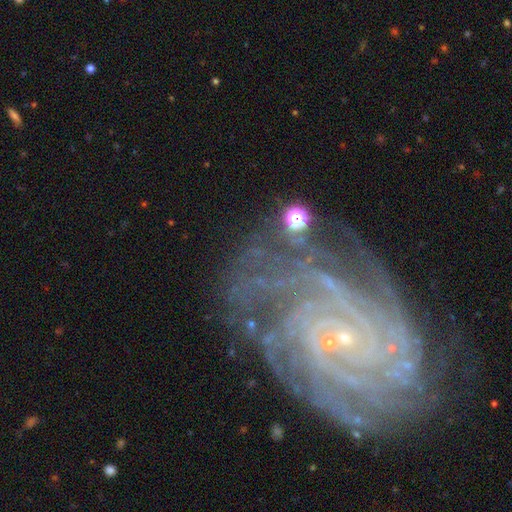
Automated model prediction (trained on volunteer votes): featured or disk 88%, star or artifact 7%, smooth 4%. Down the decision tree: edge-on disk — no (97%); bar — no (59%); spiral arms — yes (98%); spiral arm count — more than 4 (29%); spiral winding — tight (80%); bulge size — small (88%); merging — none (73%).